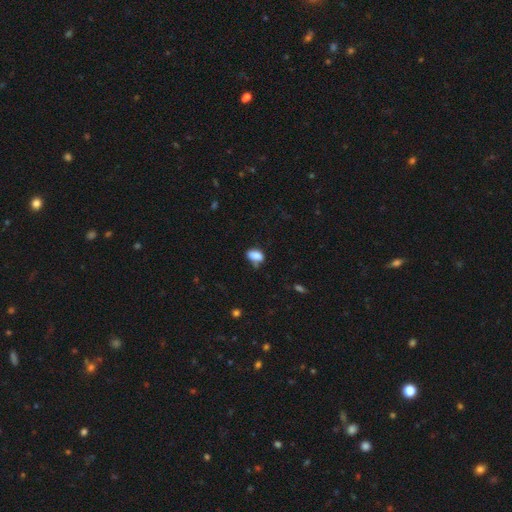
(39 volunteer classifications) Overall: smooth (92%). How rounded: in between (97%). Merging: none (44%; minor disturbance 36%).